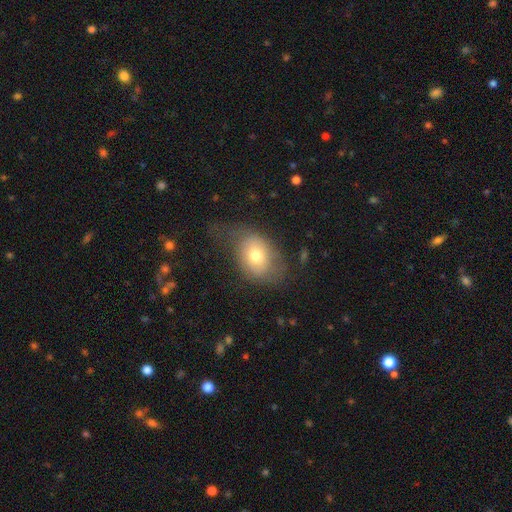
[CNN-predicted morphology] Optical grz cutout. It shows a smooth galaxy with no disk features (69%) that is in between round and cigar-shaped (72%). Merging: none (44%).